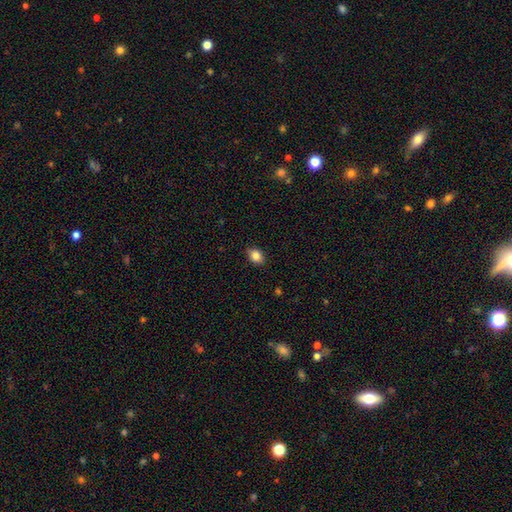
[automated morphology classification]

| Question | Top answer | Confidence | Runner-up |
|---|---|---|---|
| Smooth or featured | smooth | 85% | star or artifact (9%) |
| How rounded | in between | 68% | round (31%) |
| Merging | none | 86% | minor disturbance (11%) |